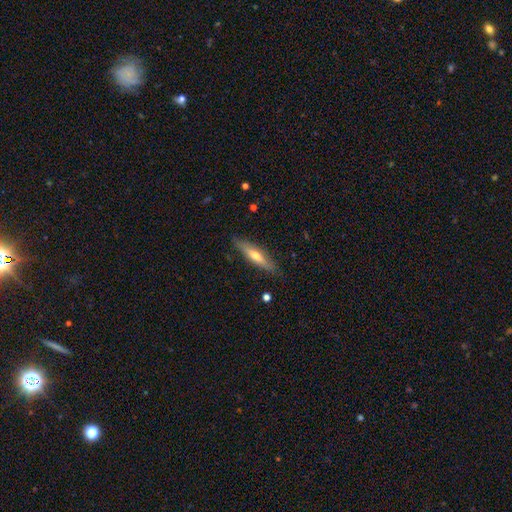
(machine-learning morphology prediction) smooth 48%, featured or disk 46%, star or artifact 6%. Down the decision tree: merging — none (86%).